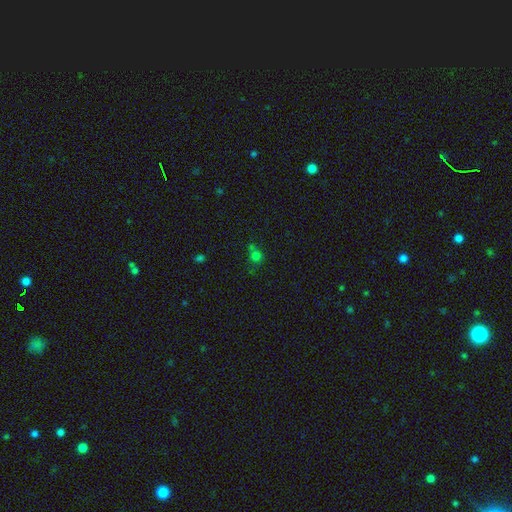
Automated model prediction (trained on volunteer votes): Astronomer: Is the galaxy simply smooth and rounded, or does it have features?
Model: smooth — 68%.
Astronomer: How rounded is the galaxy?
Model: round — 79%.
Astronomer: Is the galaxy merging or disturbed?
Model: none — 51%.